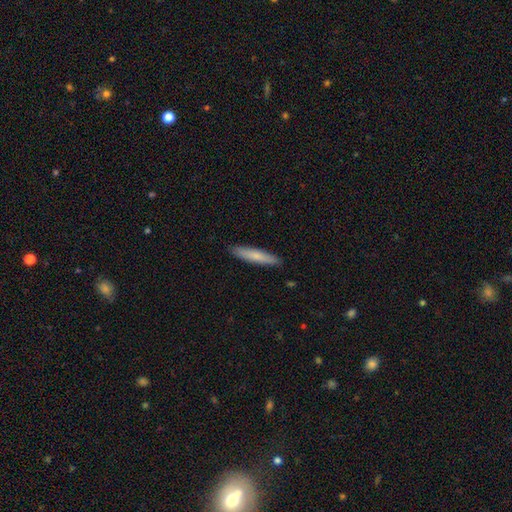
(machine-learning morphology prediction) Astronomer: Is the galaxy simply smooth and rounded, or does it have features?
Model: smooth — 74%.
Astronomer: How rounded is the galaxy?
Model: cigar-shaped — 90%.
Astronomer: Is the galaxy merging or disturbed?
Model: none — 90%.